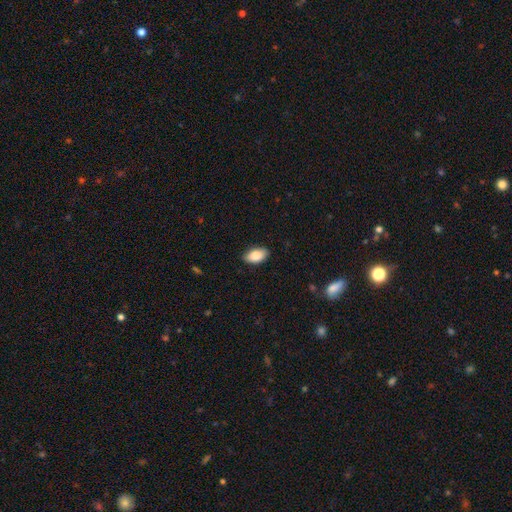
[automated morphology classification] Smooth or featured?
  - smooth: 85% *
  - featured or disk: 9%
  - star or artifact: 6%
How rounded?
  - in between: 93% *
  - round: 4%
  - cigar-shaped: 3%
Merging?
  - none: 87% *
  - minor disturbance: 10%
  - major disturbance: 2%
  - merger: 1%